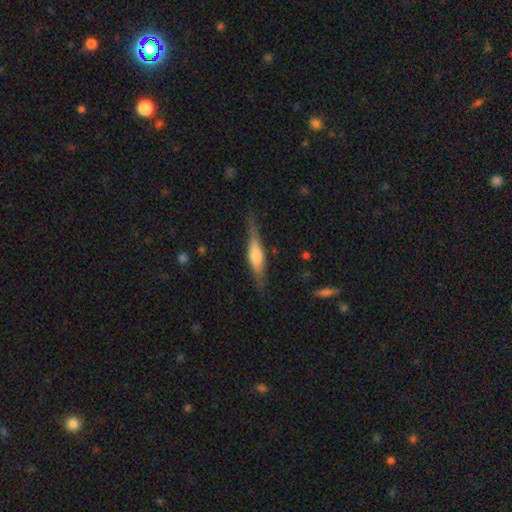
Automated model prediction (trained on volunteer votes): Smooth or featured? featured or disk (61%)
Edge-on disk? yes (95%)
Edge-on bulge? rounded (75%)
Merging? none (80%)